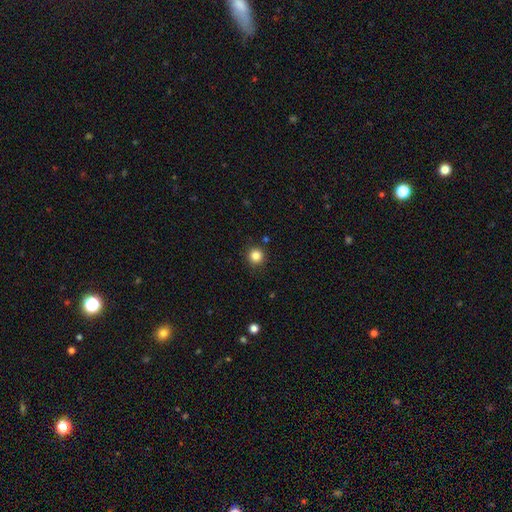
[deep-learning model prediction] Smooth or featured: smooth — 84% (star or artifact — 12%)
How rounded: round — 94% (in between — 5%)
Merging: none — 89% (minor disturbance — 7%)